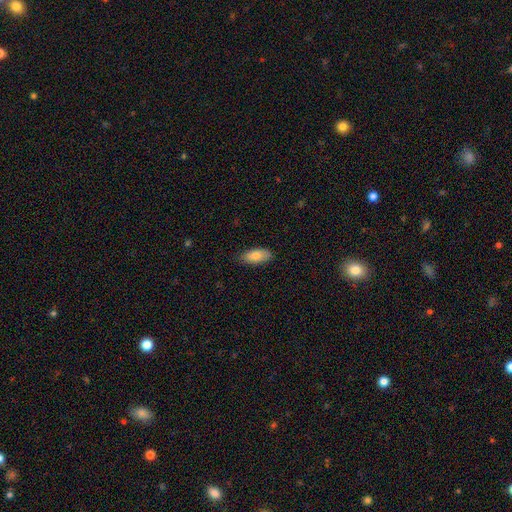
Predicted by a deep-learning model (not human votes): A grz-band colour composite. It shows a smooth galaxy with no disk features (81%) that is in between round and cigar-shaped (88%). Merging: none (80%).